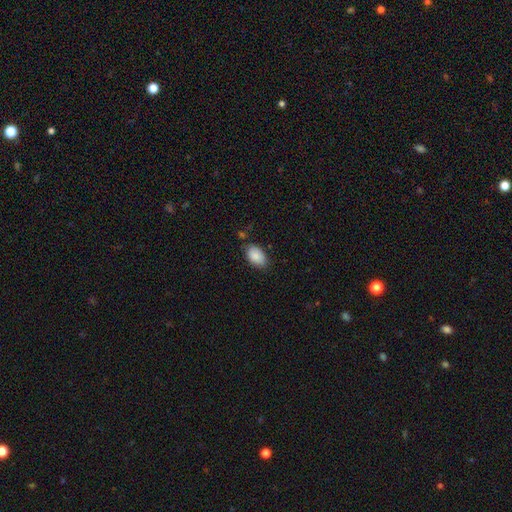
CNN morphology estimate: Smooth or featured: smooth — 88% (star or artifact — 7%)
How rounded: in between — 92% (round — 7%)
Merging: none — 78% (minor disturbance — 17%)